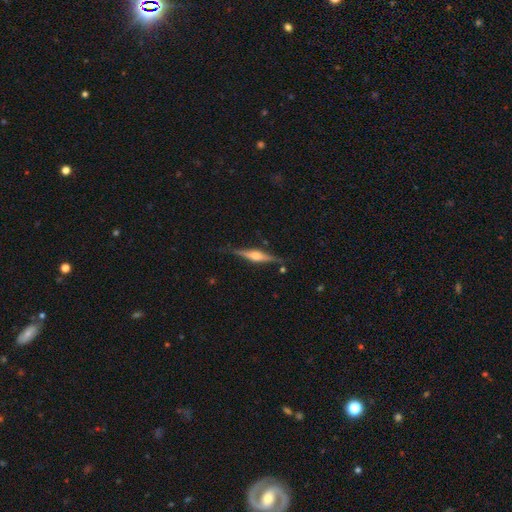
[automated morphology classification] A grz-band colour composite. It shows a featured or disk galaxy (79%) viewed edge-on (98%) with a rounded central bulge (90%). Merging: none (85%).